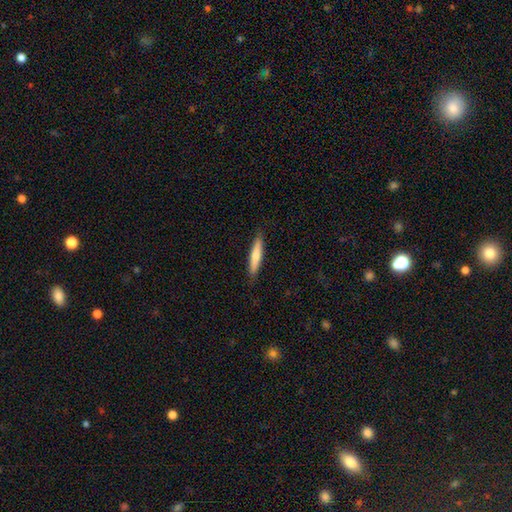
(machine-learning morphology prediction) smooth 68%, featured or disk 27%, star or artifact 5%. Down the decision tree: how rounded — cigar-shaped (90%); merging — none (89%).